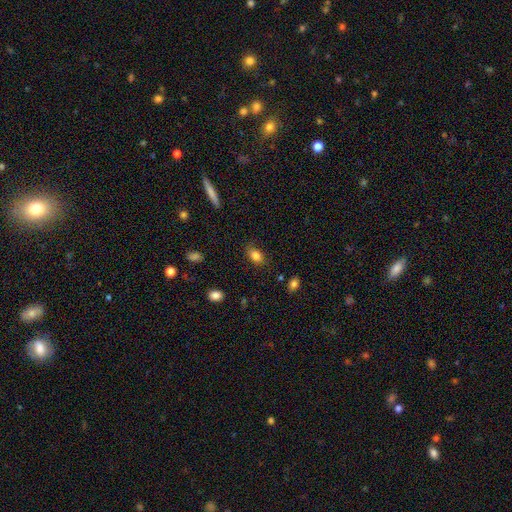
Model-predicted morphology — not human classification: smooth 84%, star or artifact 9%, featured or disk 7%. Down the decision tree: how rounded — in between (85%); merging — none (81%).